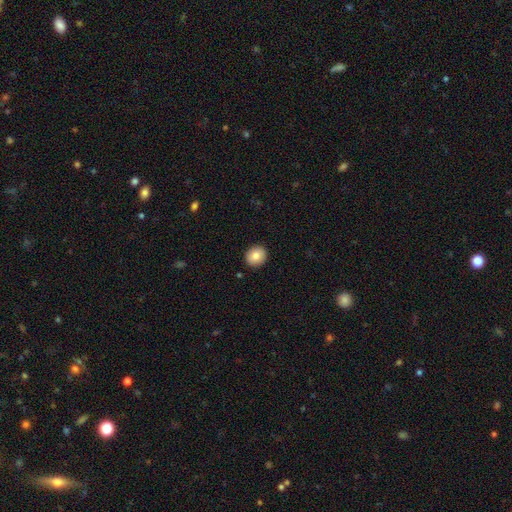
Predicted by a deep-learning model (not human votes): Q: Smooth or featured?
A: smooth (82%); runner-up: featured or disk (10%)
Q: How rounded?
A: round (85%); runner-up: in between (14%)
Q: Merging?
A: none (91%); runner-up: minor disturbance (6%)